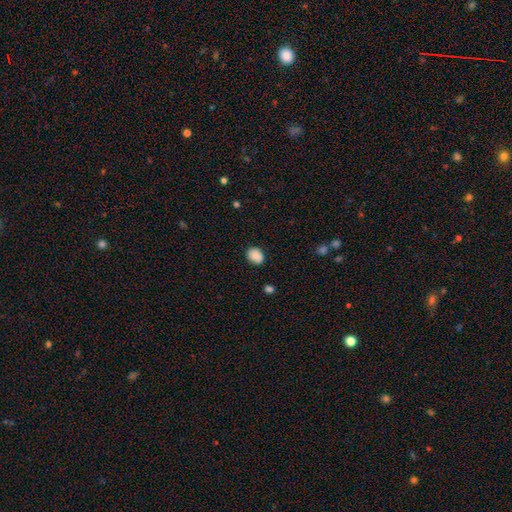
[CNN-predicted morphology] Smooth or featured? Predicted: smooth (p=0.87). How rounded? Predicted: round (p=0.50). Merging? Predicted: none (p=0.81).